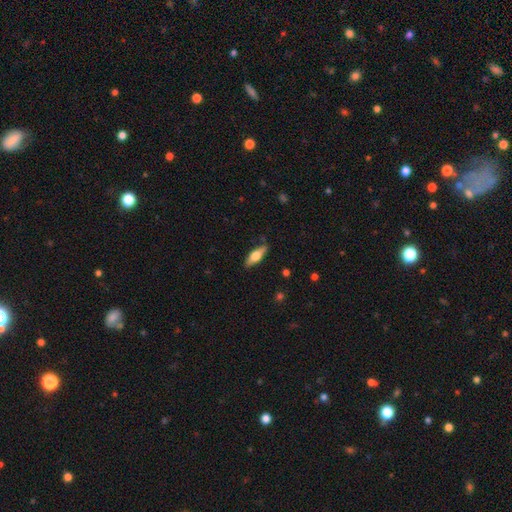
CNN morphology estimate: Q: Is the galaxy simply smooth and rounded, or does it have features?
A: smooth — 57%.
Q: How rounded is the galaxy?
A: in between — 54%.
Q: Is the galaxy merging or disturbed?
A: none — 84%.